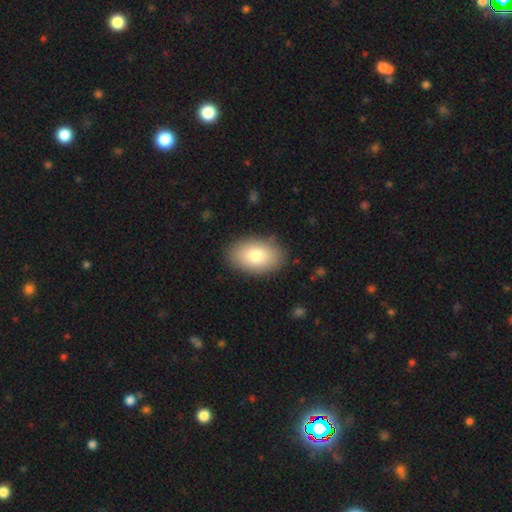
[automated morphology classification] Smooth or featured?
  - smooth: 80% *
  - featured or disk: 13%
  - star or artifact: 8%
How rounded?
  - in between: 88% *
  - round: 11%
  - cigar-shaped: 1%
Merging?
  - none: 87% *
  - minor disturbance: 10%
  - major disturbance: 3%
  - merger: 1%